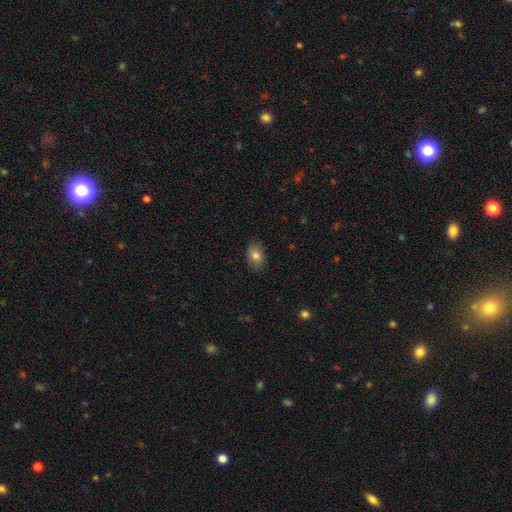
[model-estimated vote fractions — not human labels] smooth 81%, featured or disk 10%, star or artifact 9%. Down the decision tree: how rounded — in between (84%); merging — none (85%).